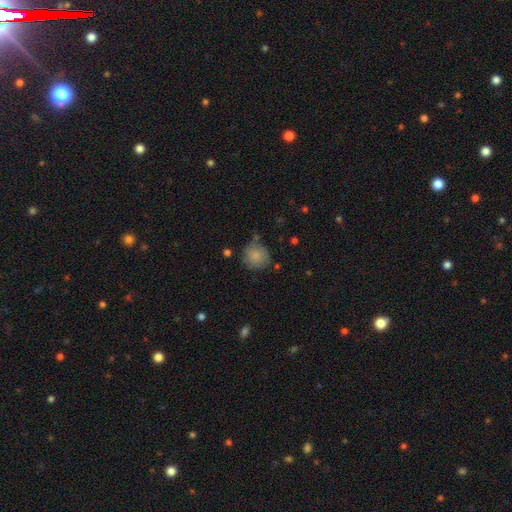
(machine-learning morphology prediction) The model was most divided on "merging": none: 74%, minor disturbance: 17%, merger: 5%, major disturbance: 4%. More confident: how rounded — round (91%); smooth or featured — smooth (85%).